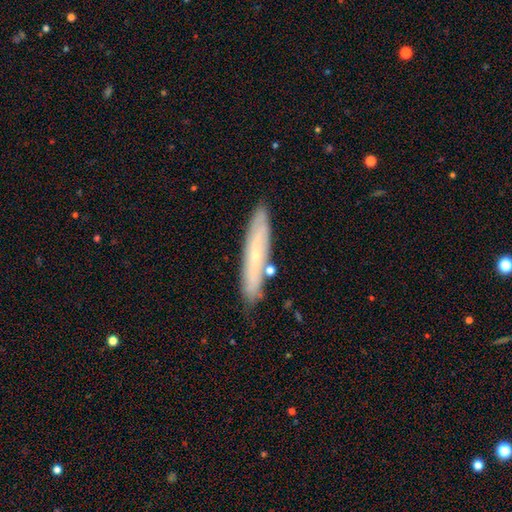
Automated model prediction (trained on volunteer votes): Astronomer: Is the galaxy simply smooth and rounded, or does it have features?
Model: featured or disk — 48% (runner-up: smooth, 44%).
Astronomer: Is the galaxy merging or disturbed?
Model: none — 83%.